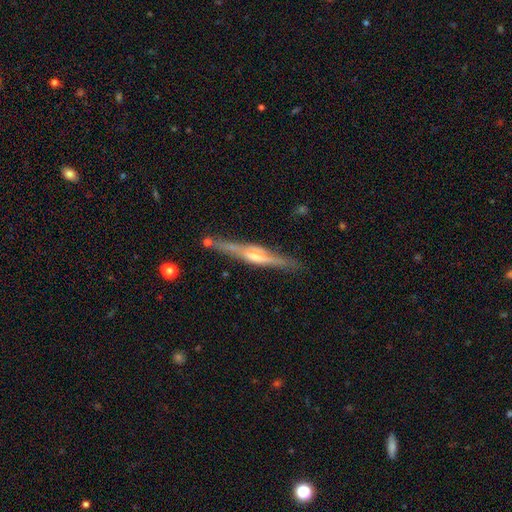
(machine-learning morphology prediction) Overall: featured or disk (76%). Edge-on disk: yes (96%). Edge-on bulge: rounded (63%; boxy 26%). Merging: none (79%).